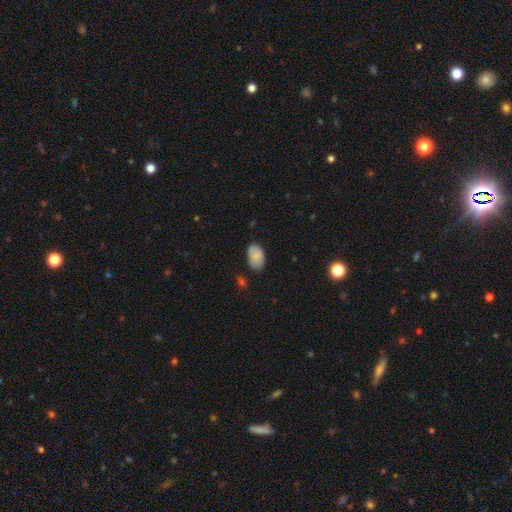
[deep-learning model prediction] smooth-or-featured: smooth: 83% | featured or disk: 10% | star or artifact: 7%
  how-rounded: in between: 92% | round: 7% | cigar-shaped: 1%
  merging: none: 73% | minor disturbance: 20% | major disturbance: 4% | merger: 2%